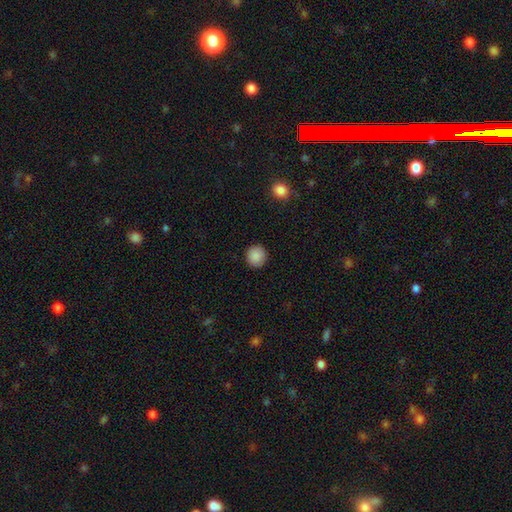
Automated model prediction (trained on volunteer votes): Smooth or featured?
  - smooth: 89% *
  - star or artifact: 8%
  - featured or disk: 3%
How rounded?
  - round: 93% *
  - in between: 6%
  - cigar-shaped: 1%
Merging?
  - none: 91% *
  - minor disturbance: 6%
  - major disturbance: 2%
  - merger: 1%